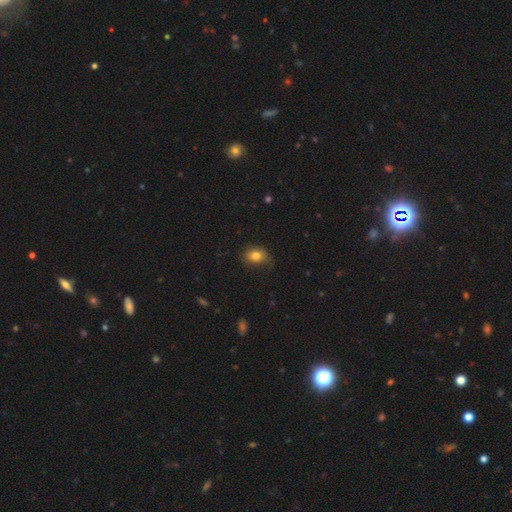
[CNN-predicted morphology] smooth 80%, star or artifact 10%, featured or disk 9%. Down the decision tree: how rounded — in between (64%); merging — none (70%).